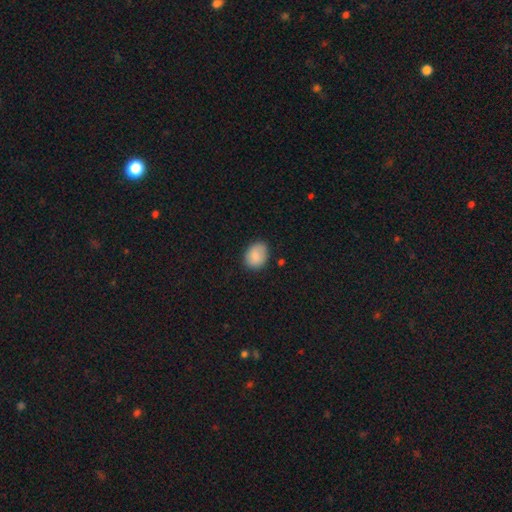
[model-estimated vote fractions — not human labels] Overall: smooth (85%). How rounded: in between (55%; round 44%). Merging: none (79%).